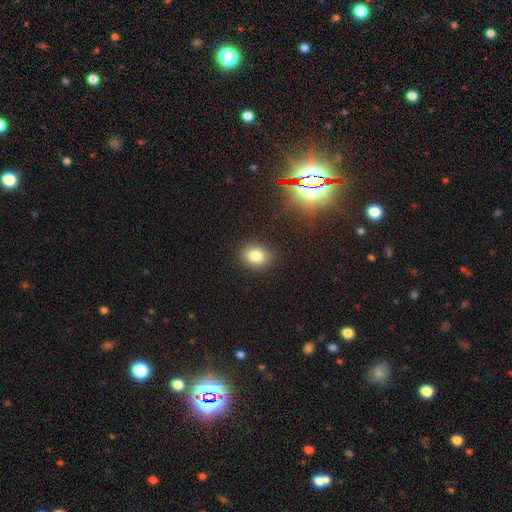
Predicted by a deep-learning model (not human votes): Overall: smooth (80%). How rounded: in between (62%; round 37%). Merging: none (88%).